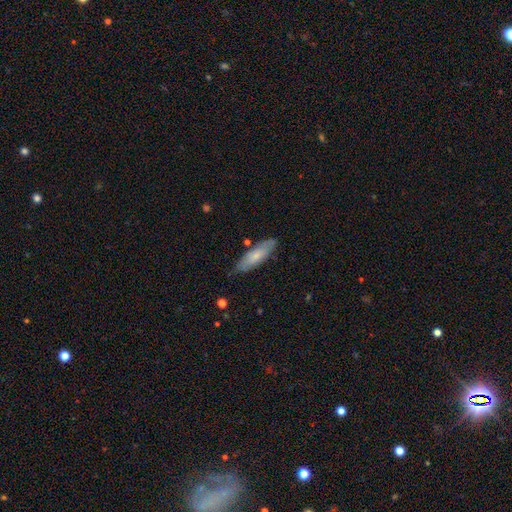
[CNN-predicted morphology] Overall: smooth (67%; featured or disk 28%). How rounded: cigar-shaped (52%; in between 46%). Merging: none (77%).